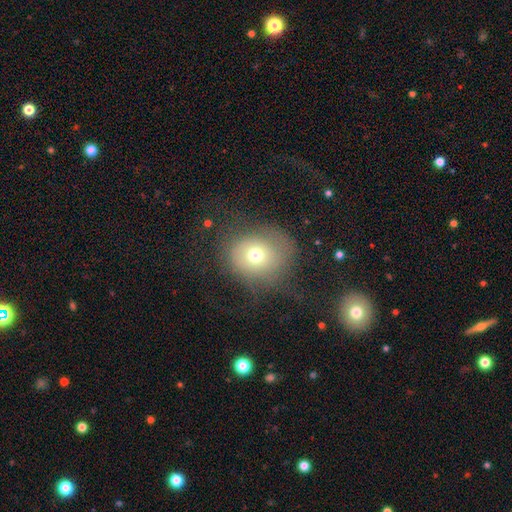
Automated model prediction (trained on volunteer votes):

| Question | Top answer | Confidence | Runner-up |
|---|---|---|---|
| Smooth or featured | smooth | 65% | featured or disk (22%) |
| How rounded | round | 72% | in between (27%) |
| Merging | none | 51% | major disturbance (24%) |